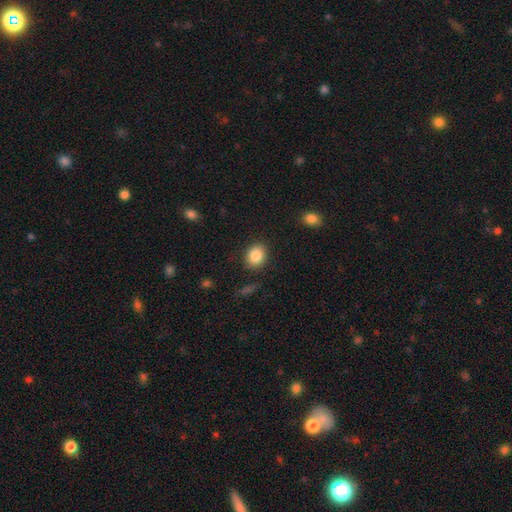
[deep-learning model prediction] A smooth galaxy with no disk features (85%) that is round (54%).

Vote fractions:
- Smooth or featured? smooth: 85% / star or artifact: 9% / featured or disk: 6%
- How rounded? round: 54% / in between: 45% / cigar-shaped: 1%
- Merging? none: 87% / minor disturbance: 9% / major disturbance: 3% / merger: 2%